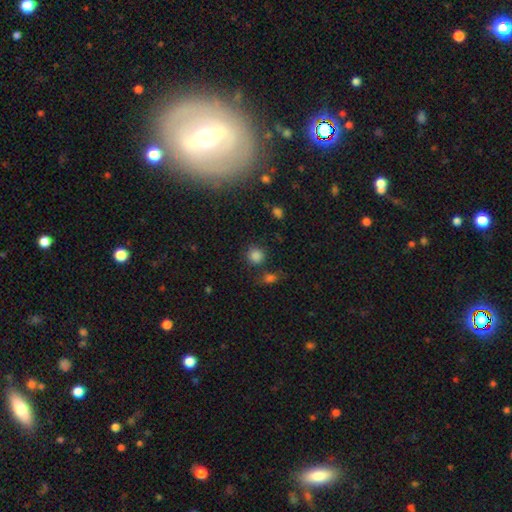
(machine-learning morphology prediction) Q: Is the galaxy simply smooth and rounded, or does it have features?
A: smooth — 83%.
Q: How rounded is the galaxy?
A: round — 89%.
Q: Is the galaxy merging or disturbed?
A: none — 74%.